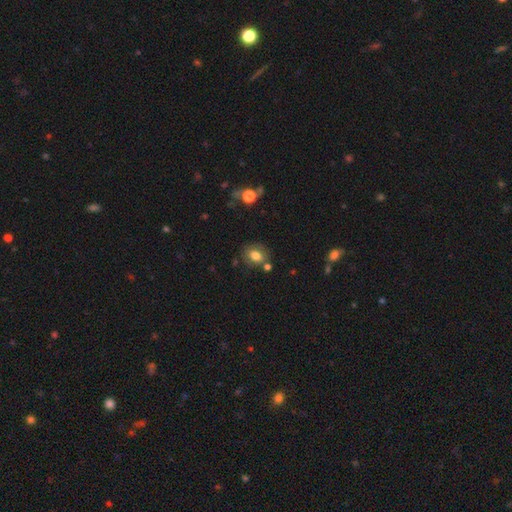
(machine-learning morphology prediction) Overall: smooth (77%). How rounded: in between (55%; round 44%). Merging: none (72%).